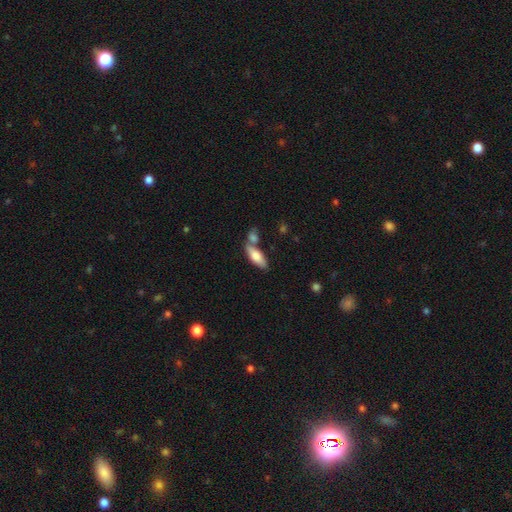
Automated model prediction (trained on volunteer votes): Smooth or featured? smooth (73%)
How rounded? in between (68%)
Merging? none (50%)